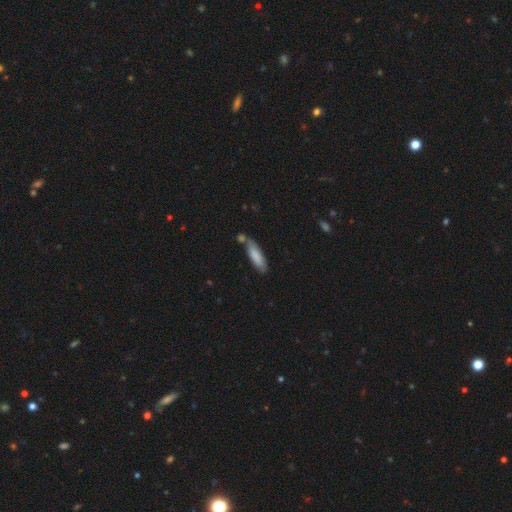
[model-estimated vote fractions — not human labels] Smooth or featured?
  - smooth: 81% *
  - featured or disk: 14%
  - star or artifact: 6%
How rounded?
  - cigar-shaped: 58% *
  - in between: 40%
  - round: 1%
Merging?
  - none: 61% *
  - minor disturbance: 18%
  - merger: 16%
  - major disturbance: 4%